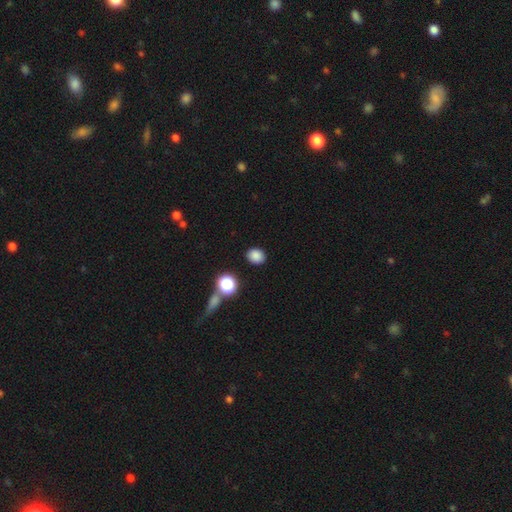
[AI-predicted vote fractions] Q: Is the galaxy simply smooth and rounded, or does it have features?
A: smooth — 84%.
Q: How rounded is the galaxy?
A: round — 50%.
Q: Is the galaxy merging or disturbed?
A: none — 86%.